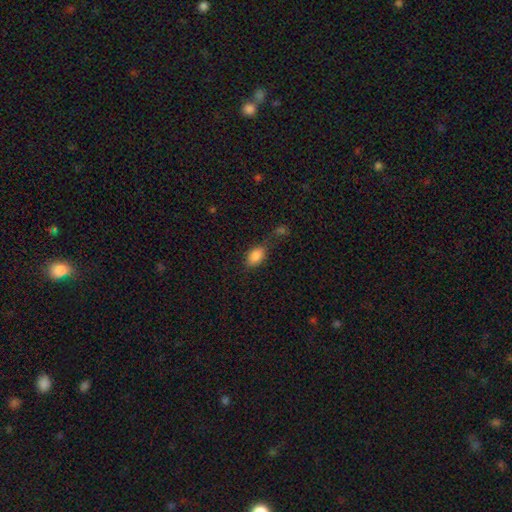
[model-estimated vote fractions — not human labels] Q: Smooth or featured?
A: smooth (86%); runner-up: star or artifact (9%)
Q: How rounded?
A: in between (88%); runner-up: round (10%)
Q: Merging?
A: none (58%); runner-up: minor disturbance (20%)